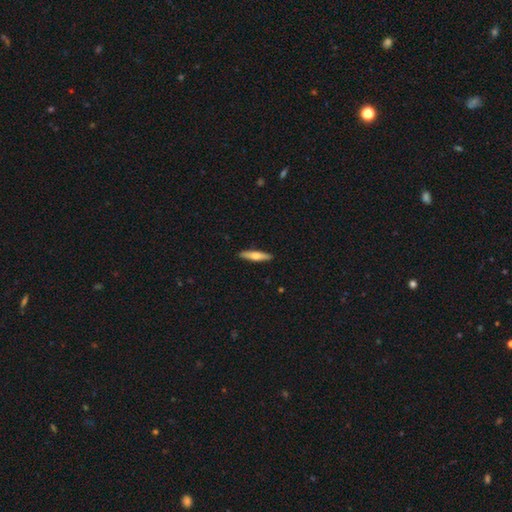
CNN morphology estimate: smooth_or_featured: smooth (p=0.57) [alt: featured or disk p=0.38]
how_rounded: cigar-shaped (p=0.80) [alt: in between p=0.18]
merging: none (p=0.91) [alt: minor disturbance p=0.06]